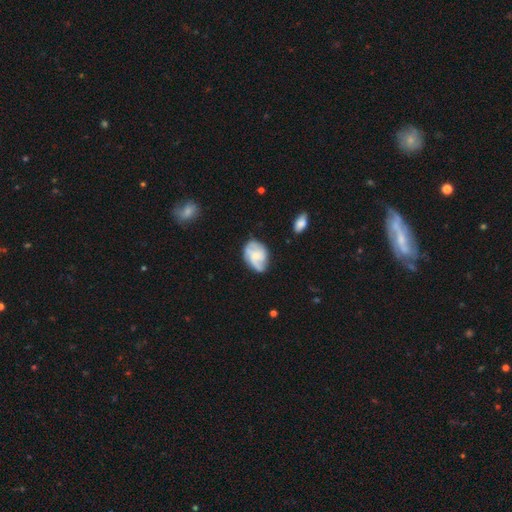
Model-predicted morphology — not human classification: Smooth or featured? featured or disk (61%)
Edge-on disk? no (97%)
Bar? no (66%)
Spiral arms? yes (85%)
Spiral winding? medium (43%)
Spiral arm count? 3 (33%)
Bulge size? small (44%)
Merging? none (59%)